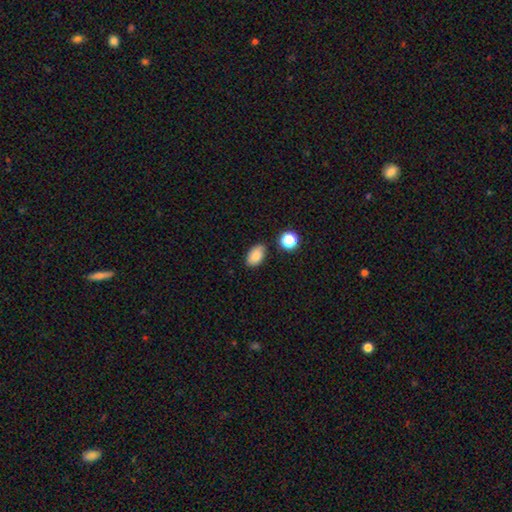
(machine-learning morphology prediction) Smooth or featured: smooth — 84% (star or artifact — 9%)
How rounded: in between — 90% (round — 9%)
Merging: none — 80% (minor disturbance — 14%)